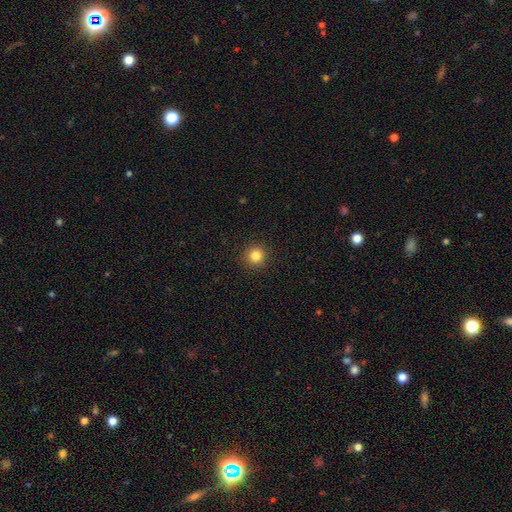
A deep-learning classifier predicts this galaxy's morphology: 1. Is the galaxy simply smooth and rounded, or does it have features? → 83% smooth, 12% star or artifact, 4% featured or disk.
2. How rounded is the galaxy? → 95% round, 4% in between, 1% cigar-shaped.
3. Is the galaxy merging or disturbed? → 92% none, 5% minor disturbance, 2% major disturbance, 1% merger.